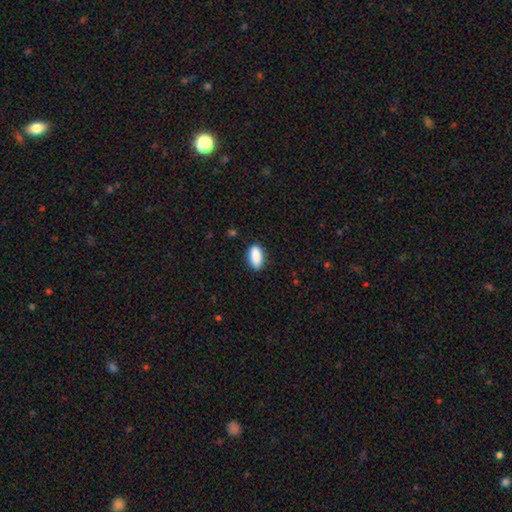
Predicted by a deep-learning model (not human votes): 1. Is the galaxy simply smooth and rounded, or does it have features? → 90% smooth, 7% star or artifact, 3% featured or disk.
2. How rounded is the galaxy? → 92% in between, 5% cigar-shaped, 3% round.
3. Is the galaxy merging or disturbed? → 86% none, 11% minor disturbance, 2% major disturbance, 1% merger.